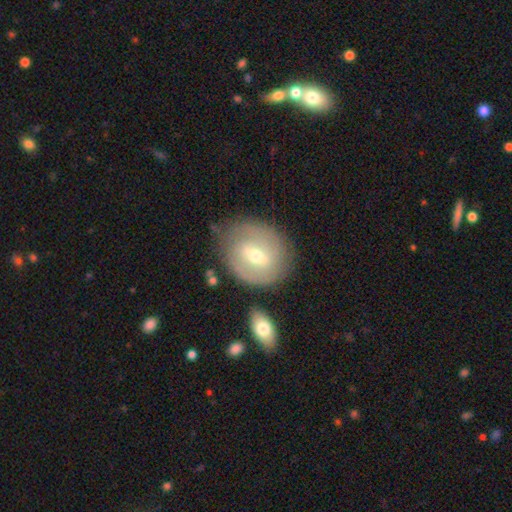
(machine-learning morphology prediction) Smooth or featured? featured or disk (66%)
Edge-on disk? no (95%)
Bar? weak (55%)
Spiral arms? yes (74%)
Bulge size? moderate (57%)
Merging? none (74%)